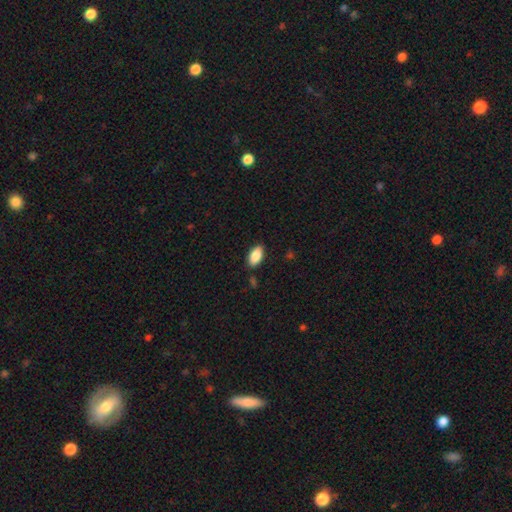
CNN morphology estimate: type=smooth (87%); roundness=in between (93%); merging=none (85%).